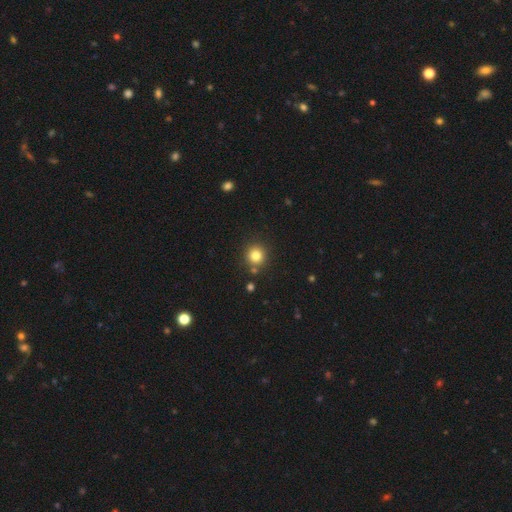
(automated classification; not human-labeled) Smooth or featured? smooth (81%)
How rounded? round (93%)
Merging? none (83%)